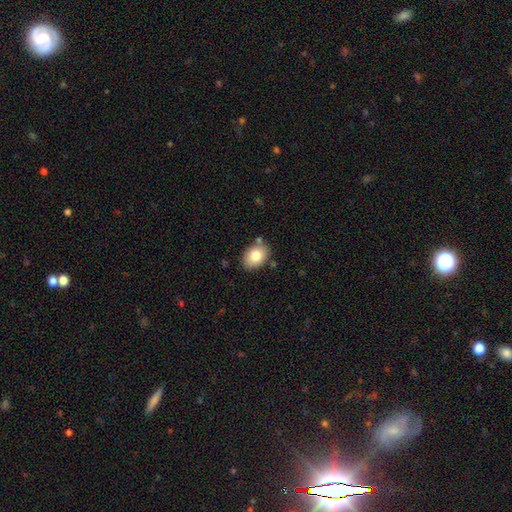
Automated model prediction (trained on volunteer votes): Smooth or featured: smooth — 80% (featured or disk — 12%)
How rounded: in between — 76% (round — 23%)
Merging: none — 80% (minor disturbance — 13%)